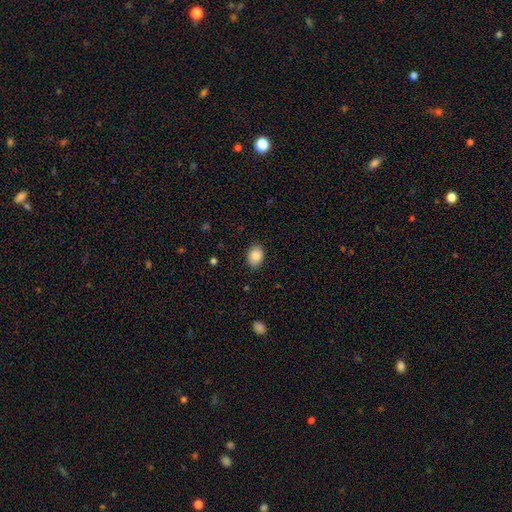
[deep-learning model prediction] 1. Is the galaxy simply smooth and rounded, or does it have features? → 87% smooth, 8% star or artifact, 6% featured or disk.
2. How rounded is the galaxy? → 75% in between, 24% round, 1% cigar-shaped.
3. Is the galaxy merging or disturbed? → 86% none, 11% minor disturbance, 2% major disturbance, 1% merger.